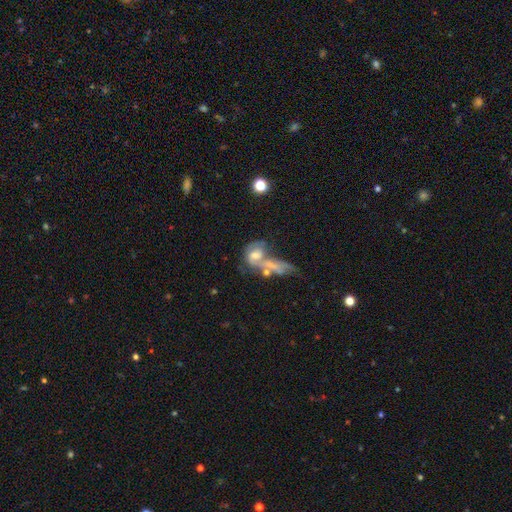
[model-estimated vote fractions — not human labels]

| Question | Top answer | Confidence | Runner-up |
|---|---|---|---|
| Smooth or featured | featured or disk | 44% | smooth (43%) |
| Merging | merger | 54% | none (18%) |